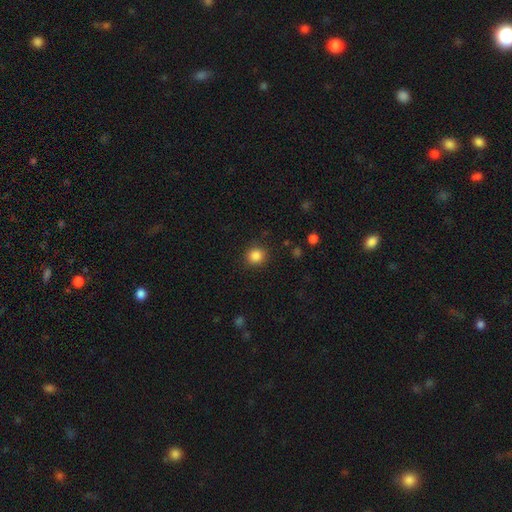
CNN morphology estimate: smooth 85%, star or artifact 11%, featured or disk 4%. Down the decision tree: how rounded — round (89%); merging — none (89%).